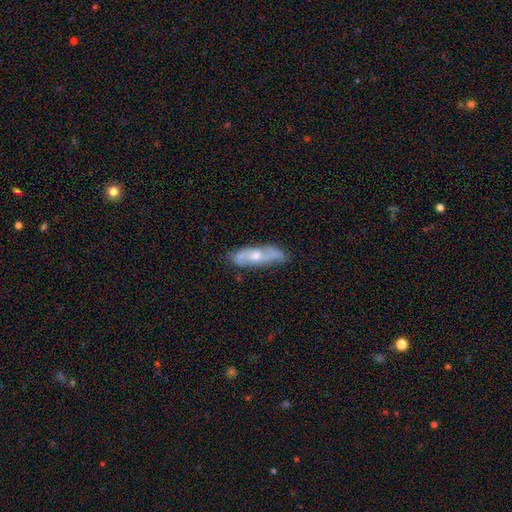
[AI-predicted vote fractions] Overall: featured or disk (65%; smooth 29%). Edge-on disk: no (73%). Merging: none (76%).